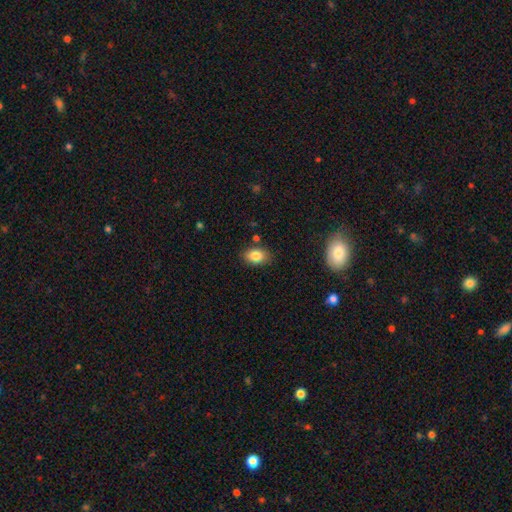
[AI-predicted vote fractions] Smooth or featured?
  - smooth: 84% *
  - star or artifact: 9%
  - featured or disk: 8%
How rounded?
  - in between: 80% *
  - round: 18%
  - cigar-shaped: 1%
Merging?
  - none: 82% *
  - minor disturbance: 12%
  - merger: 3%
  - major disturbance: 3%